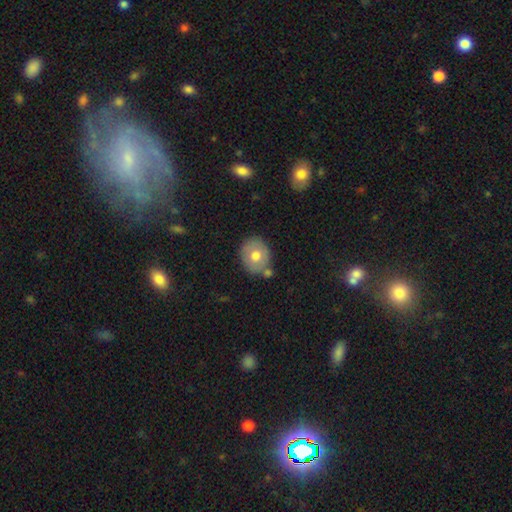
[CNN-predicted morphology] Smooth or featured? smooth (69%)
How rounded? round (65%)
Merging? none (66%)